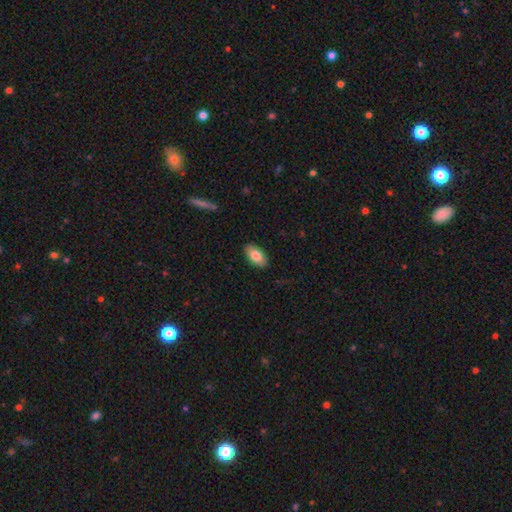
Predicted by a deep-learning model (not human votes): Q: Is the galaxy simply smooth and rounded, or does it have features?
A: smooth — 82%.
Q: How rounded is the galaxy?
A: in between — 94%.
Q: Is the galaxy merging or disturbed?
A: none — 89%.